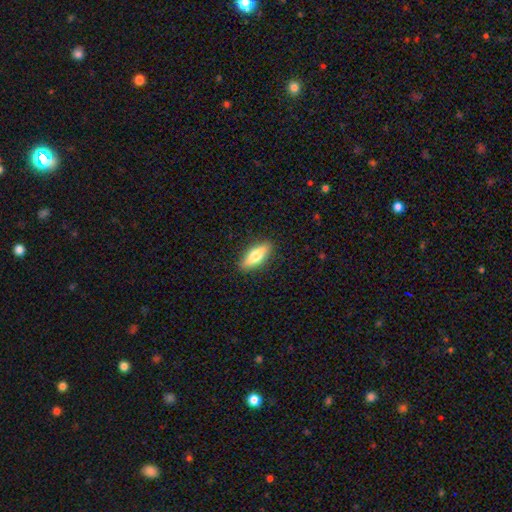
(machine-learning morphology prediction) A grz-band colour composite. It shows a smooth galaxy with no disk features (66%) that is in between round and cigar-shaped (59%). Merging: none (89%).